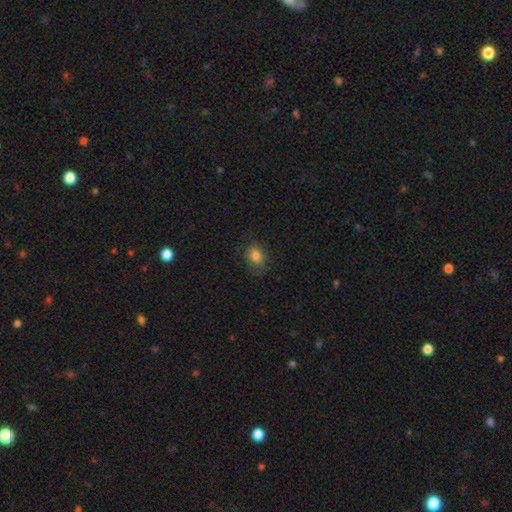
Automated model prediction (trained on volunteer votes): Smooth or featured?
  - smooth: 80% *
  - star or artifact: 11%
  - featured or disk: 10%
How rounded?
  - in between: 53% *
  - round: 46%
  - cigar-shaped: 1%
Merging?
  - none: 75% *
  - minor disturbance: 18%
  - major disturbance: 6%
  - merger: 1%